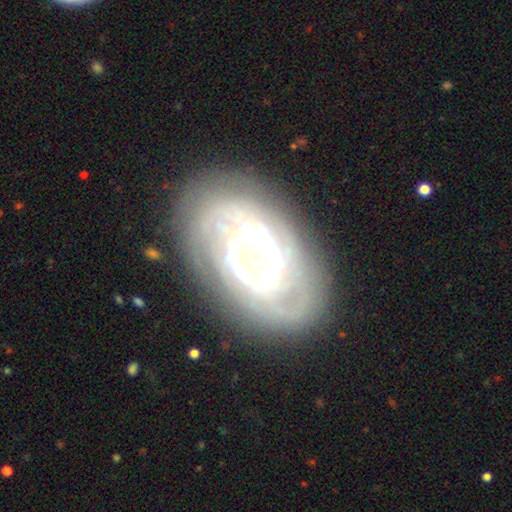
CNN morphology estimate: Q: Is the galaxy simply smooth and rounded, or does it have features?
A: featured or disk — 82%.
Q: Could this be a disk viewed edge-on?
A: no — 95%.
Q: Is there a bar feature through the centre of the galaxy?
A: no — 78%.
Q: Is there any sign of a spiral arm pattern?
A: yes — 88%.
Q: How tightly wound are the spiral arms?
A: tight — 78%.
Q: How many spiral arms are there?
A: can't tell — 45%.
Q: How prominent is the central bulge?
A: small — 58%.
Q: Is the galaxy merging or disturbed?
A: none — 77%.